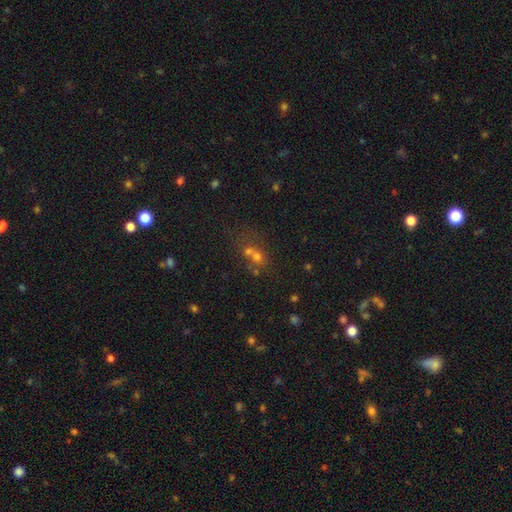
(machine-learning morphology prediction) This appears to be a smooth galaxy with no disk features (51%) that is round (73%). Merging: merger (49%).